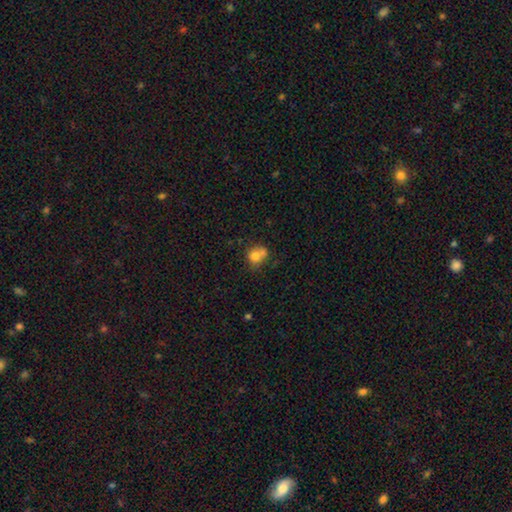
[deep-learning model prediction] Q: Smooth or featured?
A: smooth (76%); runner-up: featured or disk (12%)
Q: How rounded?
A: round (76%); runner-up: in between (23%)
Q: Merging?
A: none (42%); runner-up: merger (38%)